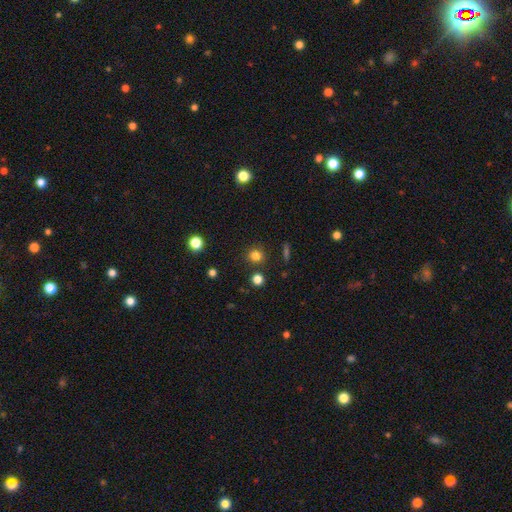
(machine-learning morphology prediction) A smooth galaxy with no disk features (80%) that is round (86%). Merging: none (86%).